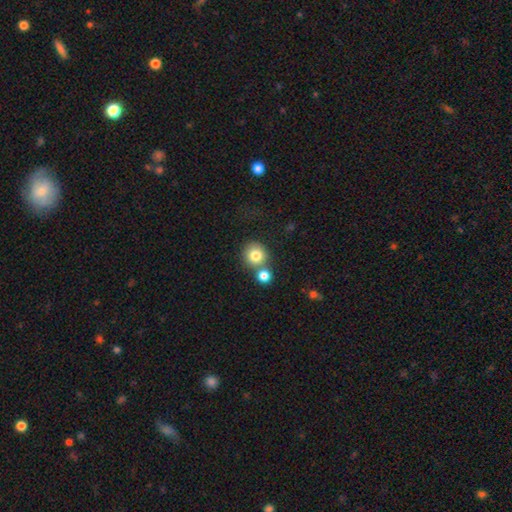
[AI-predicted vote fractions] smooth 80%, star or artifact 10%, featured or disk 9%. Down the decision tree: how rounded — round (91%); merging — none (60%).